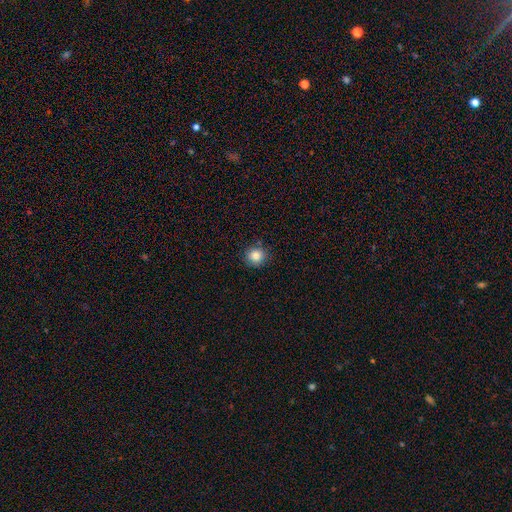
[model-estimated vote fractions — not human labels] Smooth or featured?
  - smooth: 84% *
  - star or artifact: 11%
  - featured or disk: 6%
How rounded?
  - round: 90% *
  - in between: 9%
  - cigar-shaped: 1%
Merging?
  - none: 86% *
  - minor disturbance: 10%
  - merger: 3%
  - major disturbance: 2%